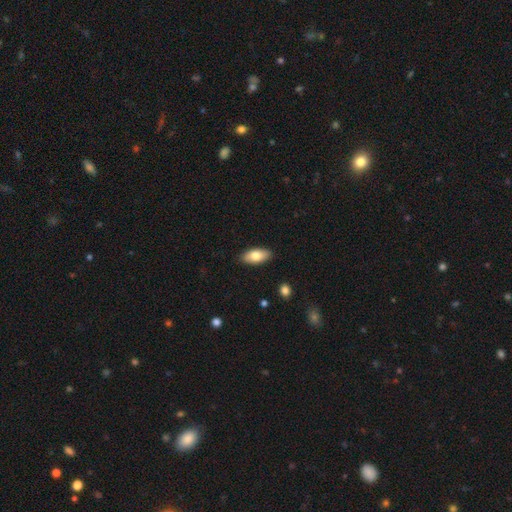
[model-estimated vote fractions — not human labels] smooth-or-featured: smooth: 79% | featured or disk: 15% | star or artifact: 6%
  how-rounded: in between: 90% | cigar-shaped: 8% | round: 3%
  merging: none: 88% | minor disturbance: 9% | major disturbance: 2% | merger: 1%